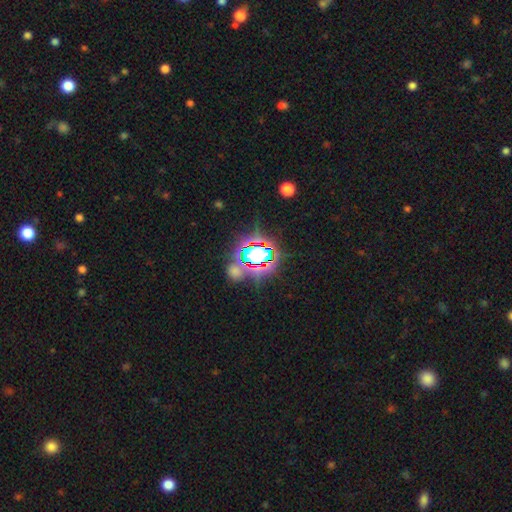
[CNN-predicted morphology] Q: Smooth or featured?
A: star or artifact (77%); runner-up: smooth (14%)